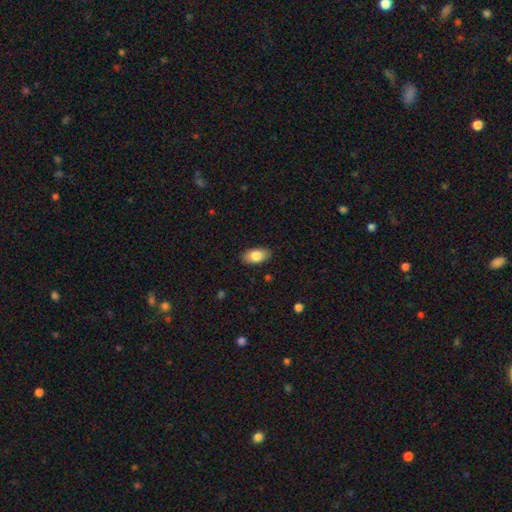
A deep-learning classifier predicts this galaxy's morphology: Overall: smooth (83%). How rounded: in between (93%). Merging: none (87%).